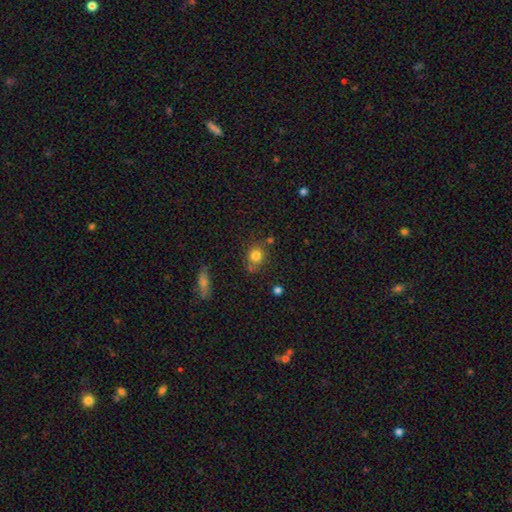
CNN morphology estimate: This is clearly a smooth galaxy (80%). How rounded: likely round (80%). Merging: likely none (70%).